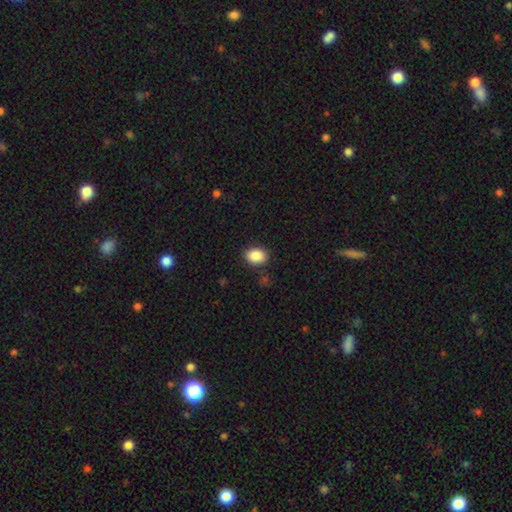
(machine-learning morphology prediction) Smooth or featured?
  - smooth: 88% *
  - star or artifact: 8%
  - featured or disk: 4%
How rounded?
  - in between: 75% *
  - round: 24%
  - cigar-shaped: 1%
Merging?
  - none: 86% *
  - minor disturbance: 9%
  - major disturbance: 2%
  - merger: 2%